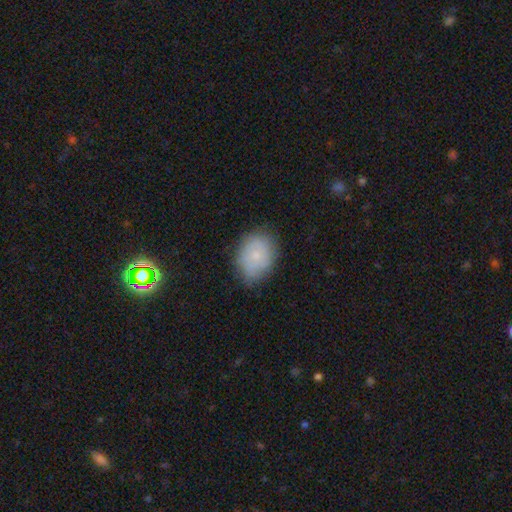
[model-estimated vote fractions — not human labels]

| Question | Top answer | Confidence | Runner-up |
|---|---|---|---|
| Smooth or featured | smooth | 67% | featured or disk (25%) |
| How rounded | in between | 60% | round (39%) |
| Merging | none | 71% | minor disturbance (23%) |